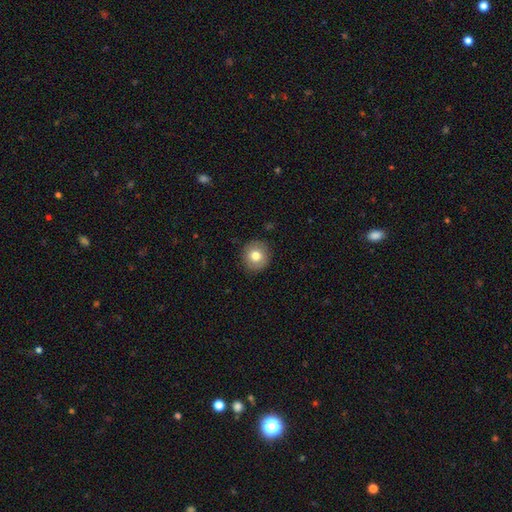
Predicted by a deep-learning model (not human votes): smooth 78%, featured or disk 13%, star or artifact 9%. Down the decision tree: how rounded — round (92%); merging — none (89%).